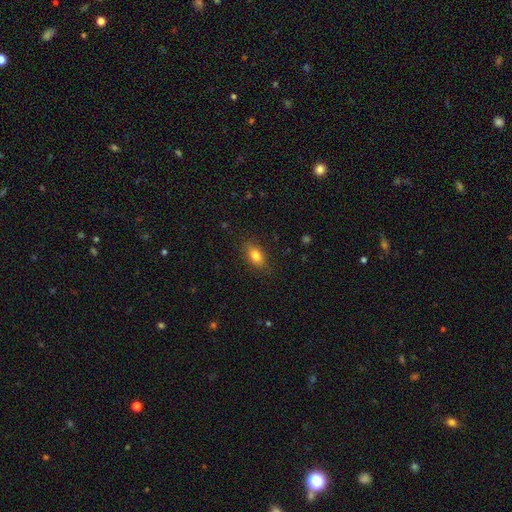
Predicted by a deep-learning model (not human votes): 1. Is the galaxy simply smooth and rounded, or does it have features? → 81% smooth, 10% featured or disk, 9% star or artifact.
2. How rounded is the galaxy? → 85% in between, 10% round, 5% cigar-shaped.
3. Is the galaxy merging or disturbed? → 83% none, 12% minor disturbance, 3% major disturbance, 1% merger.